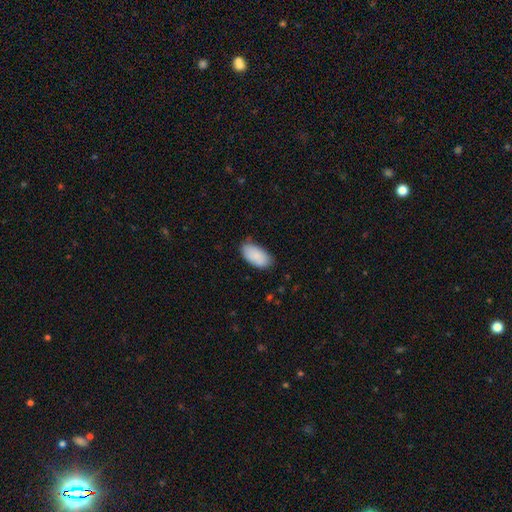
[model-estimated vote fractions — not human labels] This appears to be a smooth galaxy with no disk features (87%) that is in between round and cigar-shaped (95%). Merging: none (76%).